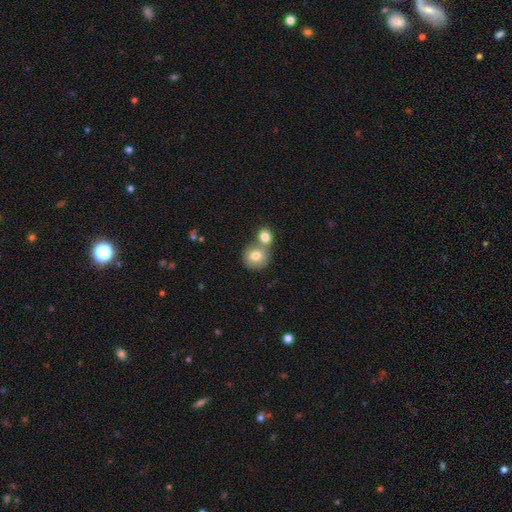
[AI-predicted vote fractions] Overall: smooth (78%). How rounded: round (80%). Merging: merger (49%; none 40%).